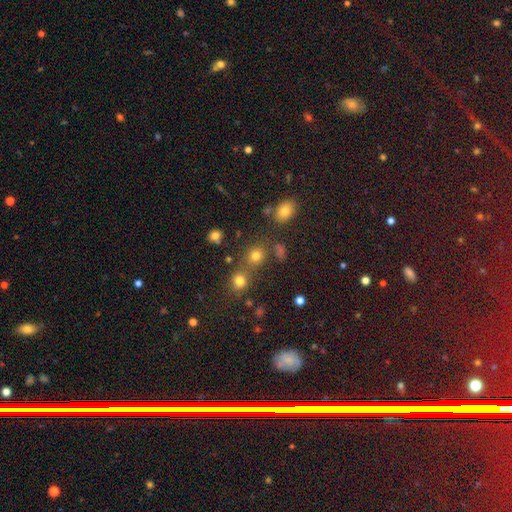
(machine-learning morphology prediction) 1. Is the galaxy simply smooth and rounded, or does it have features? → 74% smooth, 19% star or artifact, 7% featured or disk.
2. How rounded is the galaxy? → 80% round, 18% in between, 1% cigar-shaped.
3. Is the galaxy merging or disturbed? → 63% none, 23% merger, 9% minor disturbance, 4% major disturbance.